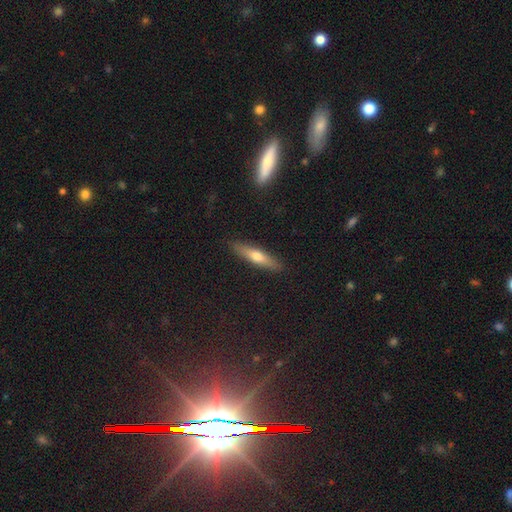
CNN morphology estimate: Smooth or featured? smooth (56%)
How rounded? cigar-shaped (79%)
Merging? none (89%)